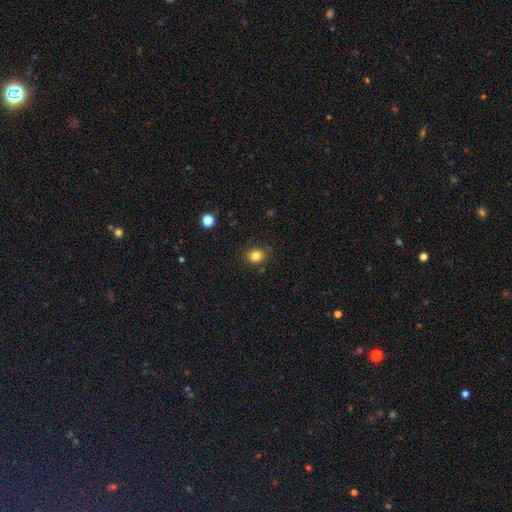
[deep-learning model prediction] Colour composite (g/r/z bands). It shows a smooth galaxy with no disk features (83%) that is round (66%). Merging: none (84%).